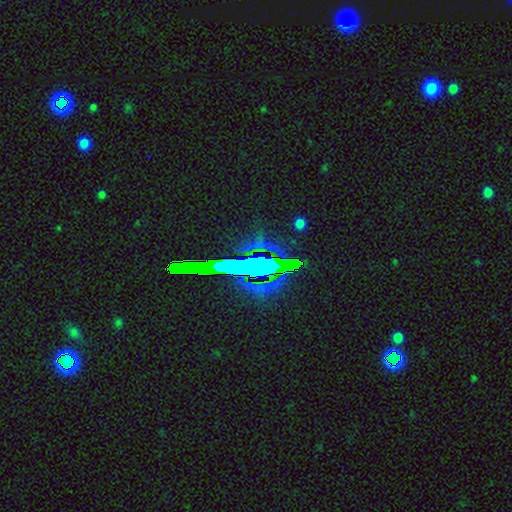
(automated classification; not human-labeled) Overall: star or artifact (78%).